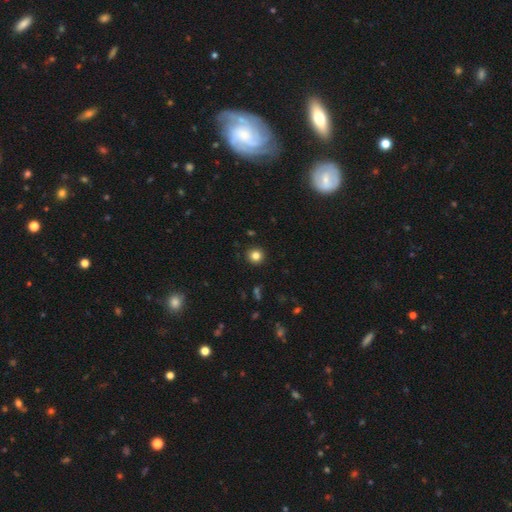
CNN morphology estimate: Smooth or featured? Predicted: smooth (p=0.82). How rounded? Predicted: round (p=0.94). Merging? Predicted: none (p=0.92).